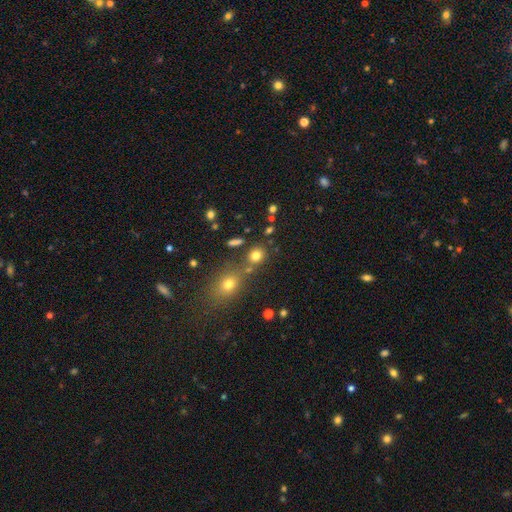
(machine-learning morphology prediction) Smooth or featured: smooth — 76% (star or artifact — 17%)
How rounded: round — 74% (in between — 24%)
Merging: none — 68% (merger — 18%)